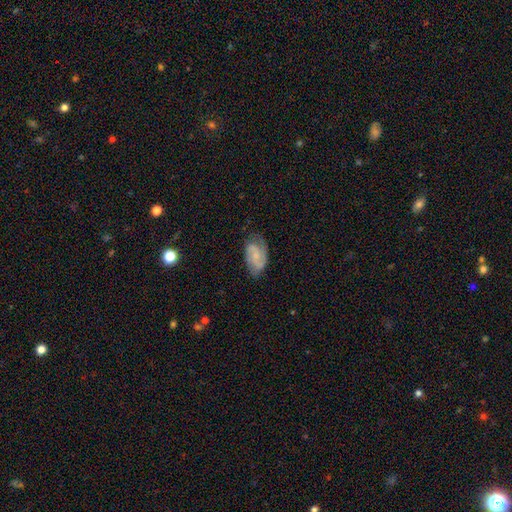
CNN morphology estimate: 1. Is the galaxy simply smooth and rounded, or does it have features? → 74% featured or disk, 19% smooth, 6% star or artifact.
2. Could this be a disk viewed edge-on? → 97% no, 3% yes.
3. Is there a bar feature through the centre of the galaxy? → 51% no, 40% weak, 9% strong.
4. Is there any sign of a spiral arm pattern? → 95% yes, 5% no.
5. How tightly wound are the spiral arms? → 48% medium, 37% tight, 15% loose.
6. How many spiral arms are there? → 82% 2, 8% can't tell, 4% 1, 4% 3, 1% 4, 1% more than 4.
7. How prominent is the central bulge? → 53% small, 26% none, 19% moderate, 2% large, 1% dominant.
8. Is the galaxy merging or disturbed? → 71% none, 21% minor disturbance, 7% major disturbance, 1% merger.